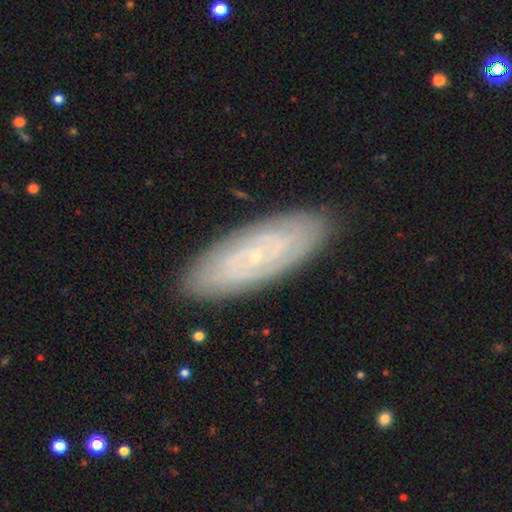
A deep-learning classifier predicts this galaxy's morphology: Q: Smooth or featured?
A: featured or disk (74%); runner-up: smooth (19%)
Q: Edge-on disk?
A: no (88%); runner-up: yes (12%)
Q: Bar?
A: no (74%); runner-up: weak (21%)
Q: Spiral arms?
A: yes (85%); runner-up: no (15%)
Q: Spiral winding?
A: tight (76%); runner-up: medium (19%)
Q: Spiral arm count?
A: can't tell (54%); runner-up: 2 (20%)
Q: Bulge size?
A: small (87%); runner-up: moderate (9%)
Q: Merging?
A: none (87%); runner-up: minor disturbance (10%)